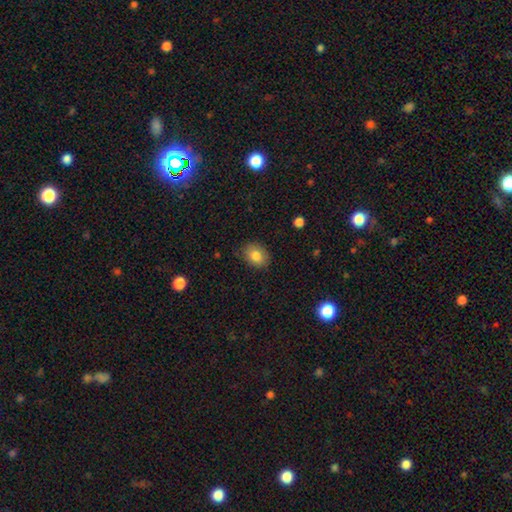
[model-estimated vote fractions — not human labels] This is clearly a smooth galaxy (82%). How rounded: likely in between (61%). Merging: clearly none (83%).